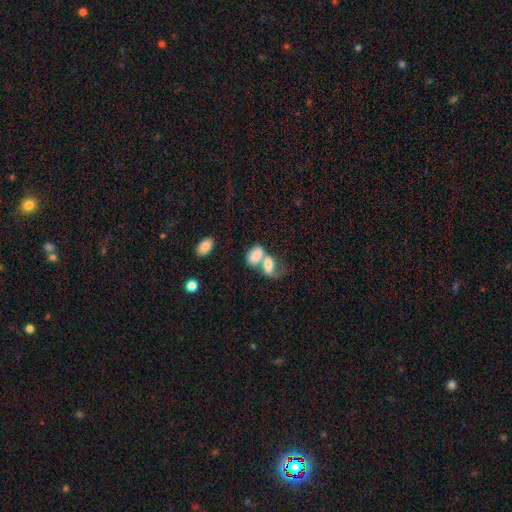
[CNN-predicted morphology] The model was most divided on "merging": merger: 67%, none: 16%, major disturbance: 8%, minor disturbance: 8%. More confident: how rounded — in between (88%); smooth or featured — smooth (73%).